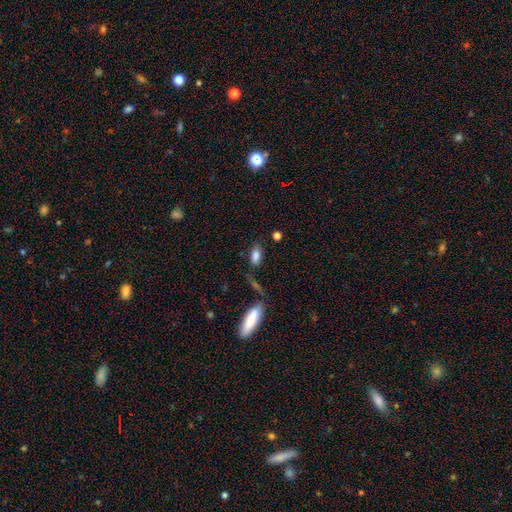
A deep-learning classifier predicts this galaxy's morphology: Overall: smooth (82%). How rounded: in between (83%). Merging: none (68%).